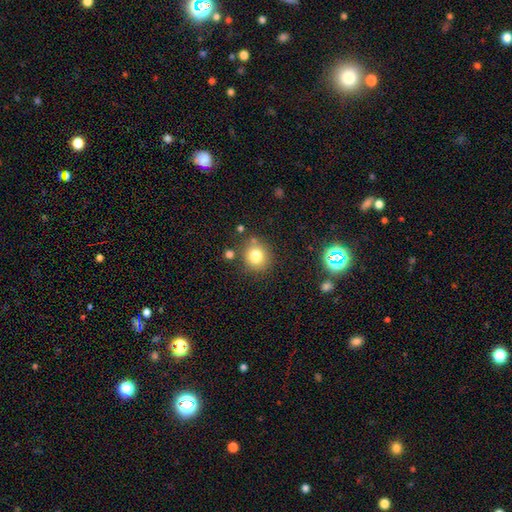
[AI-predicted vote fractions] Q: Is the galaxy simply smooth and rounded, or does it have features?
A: smooth — 78%.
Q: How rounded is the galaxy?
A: round — 86%.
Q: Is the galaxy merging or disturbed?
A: none — 79%.